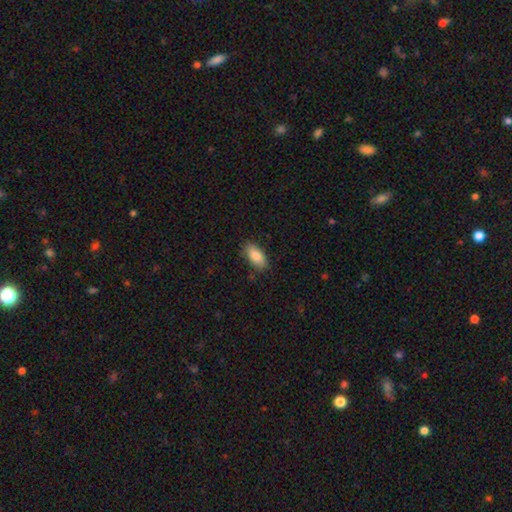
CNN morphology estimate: Smooth or featured? Predicted: smooth (p=0.86). How rounded? Predicted: in between (p=0.91). Merging? Predicted: none (p=0.82).